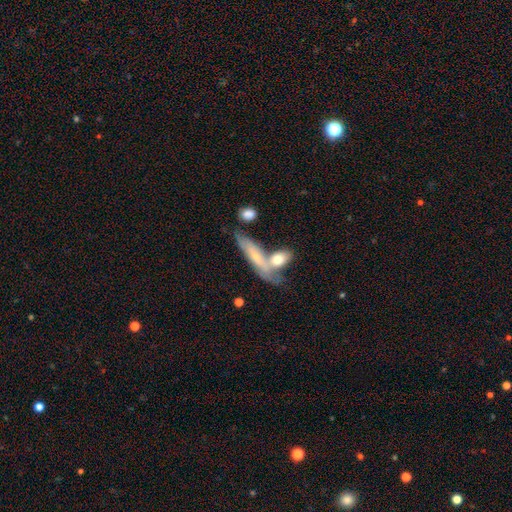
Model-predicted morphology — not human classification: smooth 53%, featured or disk 41%, star or artifact 6%. Down the decision tree: how rounded — cigar-shaped (63%); merging — none (40%).